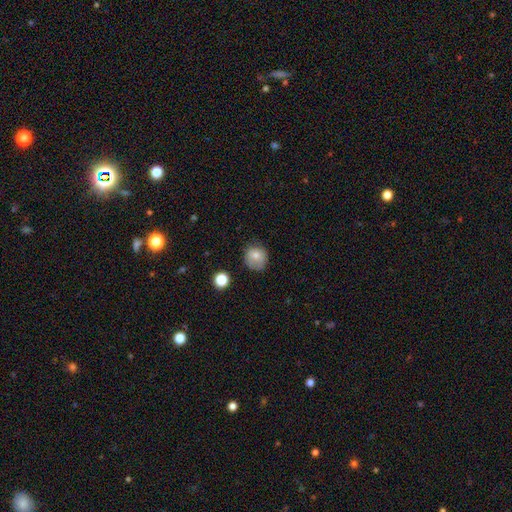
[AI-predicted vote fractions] Smooth or featured? Predicted: smooth (p=0.75). How rounded? Predicted: round (p=0.81). Merging? Predicted: none (p=0.67).